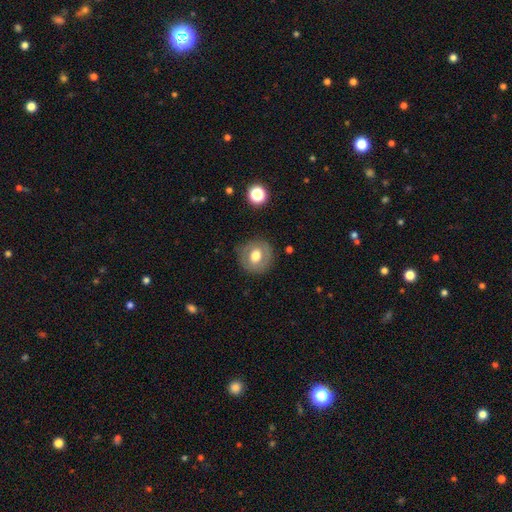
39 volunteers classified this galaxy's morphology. Smooth or featured? 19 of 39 (49%) said featured or disk. Edge-on disk? 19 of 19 (100%) said no. Bar? 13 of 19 (68%) said no. Spiral arms? 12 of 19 (63%) said no. Bulge size? 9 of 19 (47%) said moderate. Merging? 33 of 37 (89%) said none.